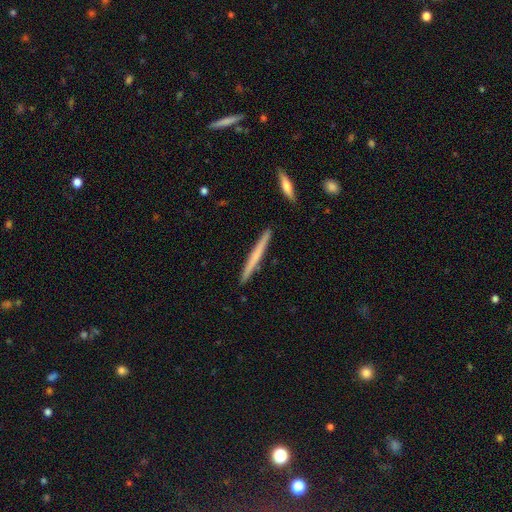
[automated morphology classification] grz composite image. It shows a smooth galaxy with no disk features (53%) that is cigar-shaped (97%). Merging: none (91%).